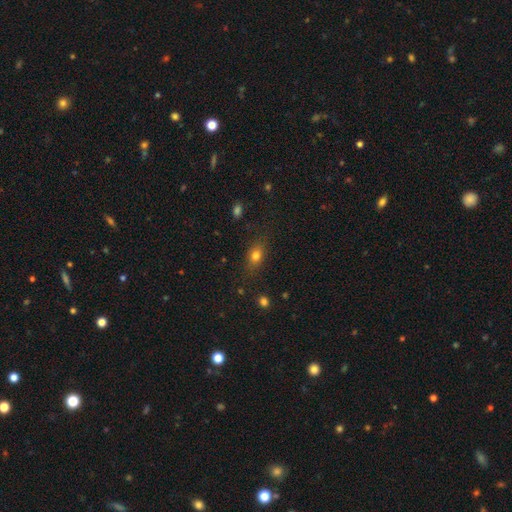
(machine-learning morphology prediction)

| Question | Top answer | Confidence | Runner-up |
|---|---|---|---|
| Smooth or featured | smooth | 78% | star or artifact (12%) |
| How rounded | in between | 68% | round (26%) |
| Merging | none | 79% | minor disturbance (14%) |